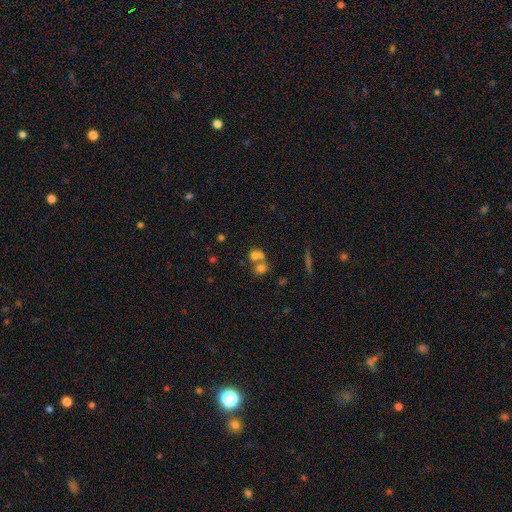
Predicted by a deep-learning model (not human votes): smooth 65%, featured or disk 20%, star or artifact 15%. Down the decision tree: how rounded — round (74%); merging — merger (58%).